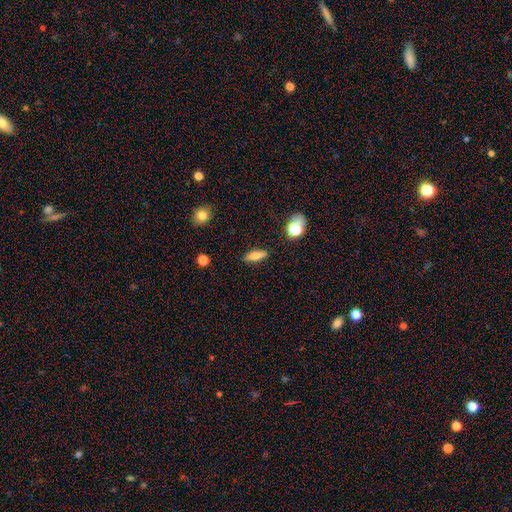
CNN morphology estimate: smooth_or_featured: smooth (p=0.72) [alt: featured or disk p=0.18]
how_rounded: in between (p=0.52) [alt: cigar-shaped p=0.44]
merging: none (p=0.87) [alt: minor disturbance p=0.09]